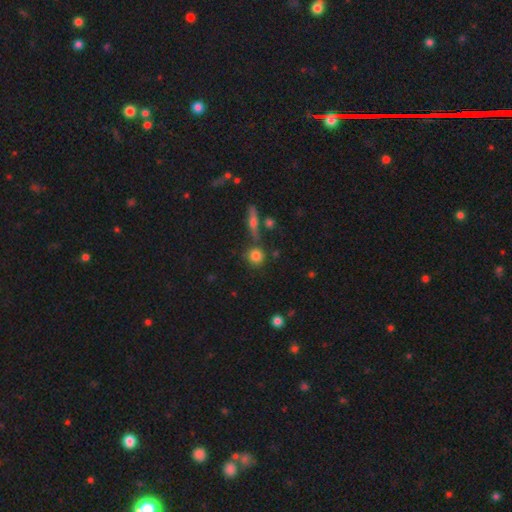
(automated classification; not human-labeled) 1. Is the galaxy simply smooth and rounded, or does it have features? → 80% smooth, 10% star or artifact, 9% featured or disk.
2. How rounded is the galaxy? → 88% round, 10% in between, 3% cigar-shaped.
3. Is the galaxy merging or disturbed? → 72% none, 12% merger, 11% minor disturbance, 4% major disturbance.